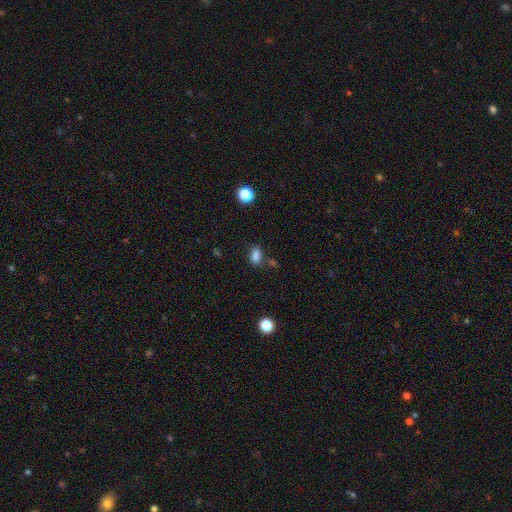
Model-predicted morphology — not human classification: The model was most divided on "merging": none: 71%, minor disturbance: 15%, merger: 9%, major disturbance: 5%. More confident: how rounded — in between (84%); smooth or featured — smooth (83%).